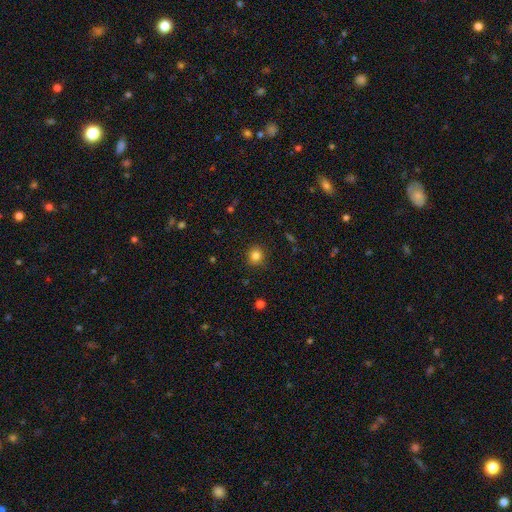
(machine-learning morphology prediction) A smooth galaxy with no disk features (83%) that is round (87%).

Vote fractions:
- Smooth or featured? smooth: 83% / star or artifact: 12% / featured or disk: 5%
- How rounded? round: 87% / in between: 12% / cigar-shaped: 1%
- Merging? none: 89% / minor disturbance: 7% / major disturbance: 2% / merger: 1%